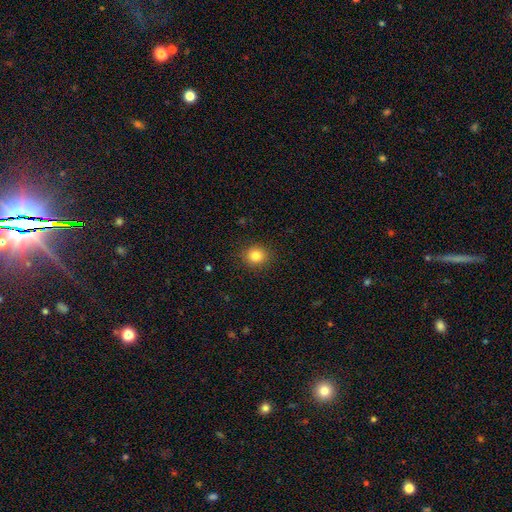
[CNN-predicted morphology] Smooth or featured: smooth — 83% (star or artifact — 11%)
How rounded: round — 83% (in between — 16%)
Merging: none — 89% (minor disturbance — 7%)